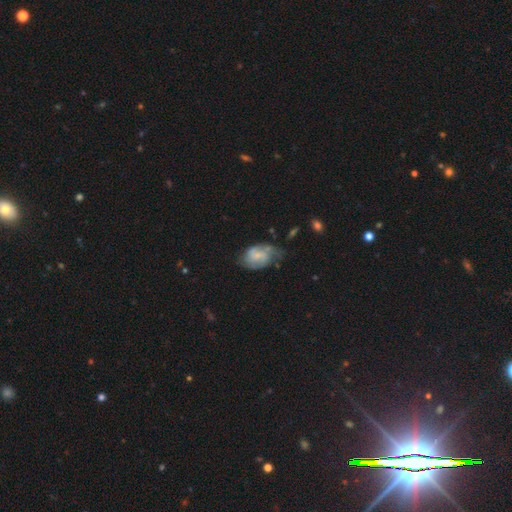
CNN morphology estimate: Smooth or featured? featured or disk (63%)
Edge-on disk? no (97%)
Bar? no (47%)
Spiral arms? yes (87%)
Spiral winding? medium (46%)
Spiral arm count? 2 (60%)
Bulge size? small (50%)
Merging? none (47%)